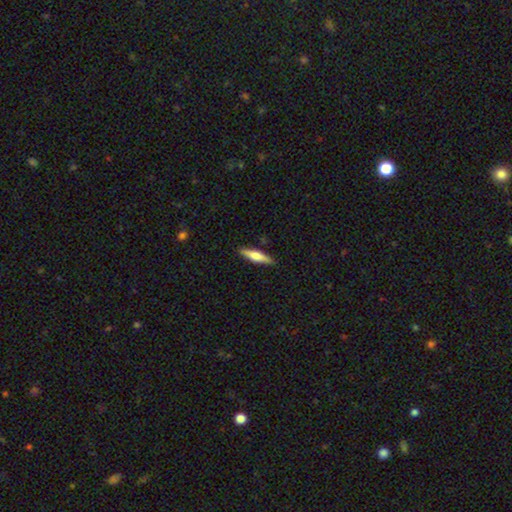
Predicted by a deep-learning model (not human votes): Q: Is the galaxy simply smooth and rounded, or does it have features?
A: smooth — 52%.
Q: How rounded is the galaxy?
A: cigar-shaped — 76%.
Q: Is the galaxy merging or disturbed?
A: none — 89%.